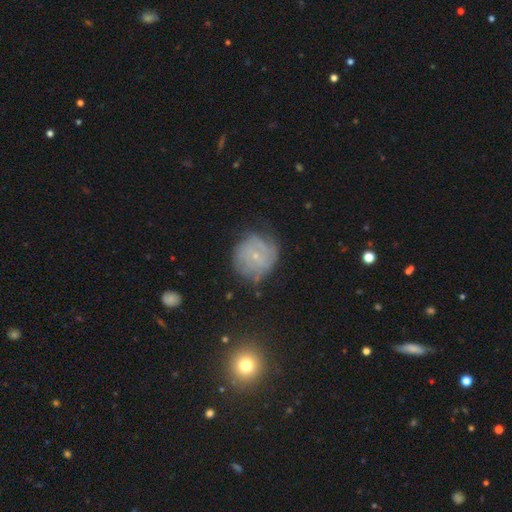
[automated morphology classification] Q: Smooth or featured?
A: featured or disk (50%); runner-up: smooth (38%)
Q: Edge-on disk?
A: no (97%); runner-up: yes (3%)
Q: Merging?
A: none (64%); runner-up: minor disturbance (24%)